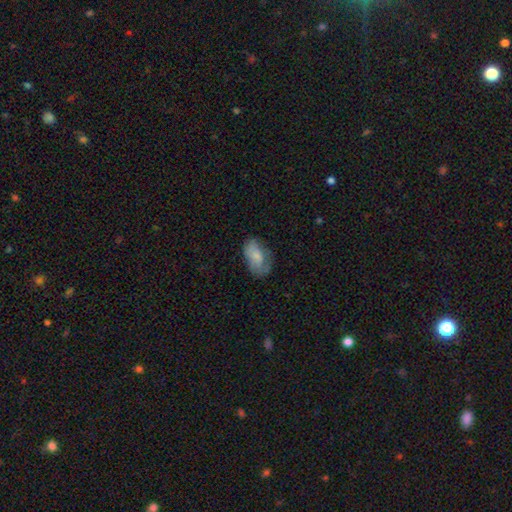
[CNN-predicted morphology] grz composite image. It shows a smooth galaxy with no disk features (75%) that is in between round and cigar-shaped (93%). Merging: none (59%).